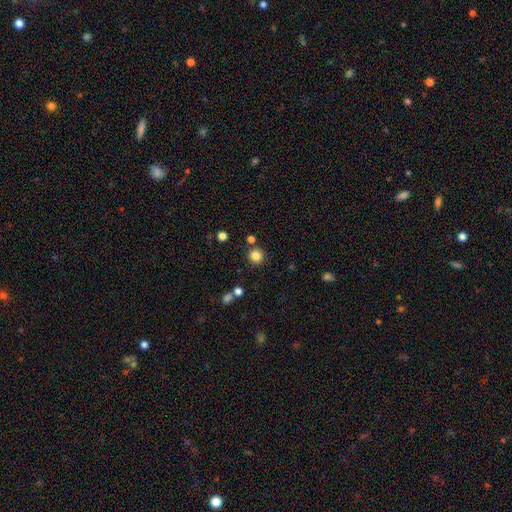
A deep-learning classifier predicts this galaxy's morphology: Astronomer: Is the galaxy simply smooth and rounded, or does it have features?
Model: smooth — 83%.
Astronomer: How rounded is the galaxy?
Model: round — 95%.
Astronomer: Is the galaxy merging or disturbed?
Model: none — 85%.